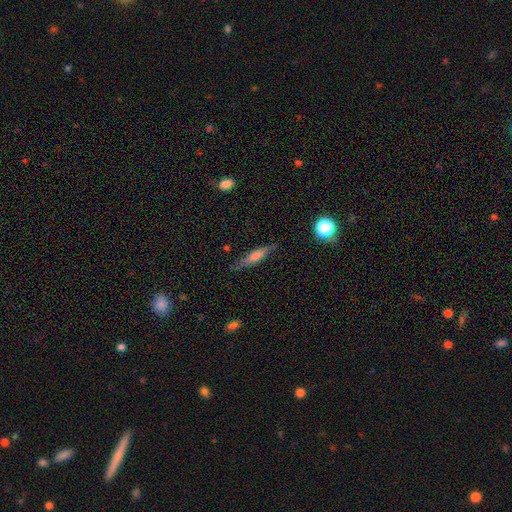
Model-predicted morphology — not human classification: Smooth or featured?
  - smooth: 54% *
  - featured or disk: 38%
  - star or artifact: 8%
How rounded?
  - cigar-shaped: 81% *
  - in between: 17%
  - round: 3%
Merging?
  - none: 77% *
  - minor disturbance: 17%
  - major disturbance: 4%
  - merger: 2%